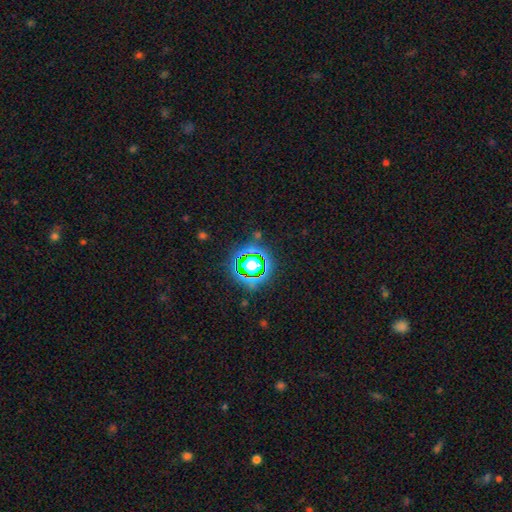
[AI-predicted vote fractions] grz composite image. It shows a star or artifact, not a galaxy (80%).